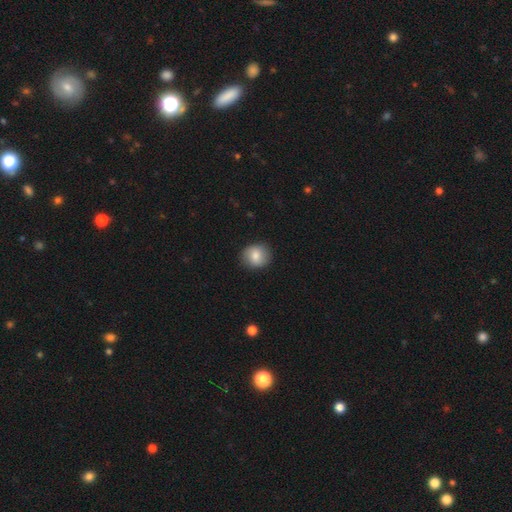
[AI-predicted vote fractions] Overall: smooth (81%). How rounded: round (80%). Merging: none (88%).